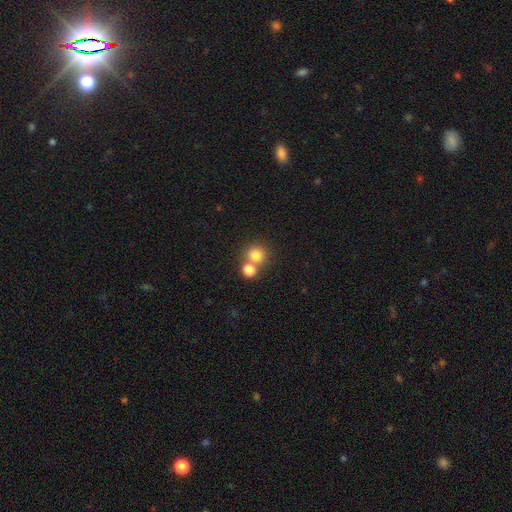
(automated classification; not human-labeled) smooth-or-featured: smooth: 79% | star or artifact: 13% | featured or disk: 8%
  how-rounded: round: 88% | in between: 11% | cigar-shaped: 1%
  merging: none: 55% | merger: 36% | minor disturbance: 6% | major disturbance: 3%